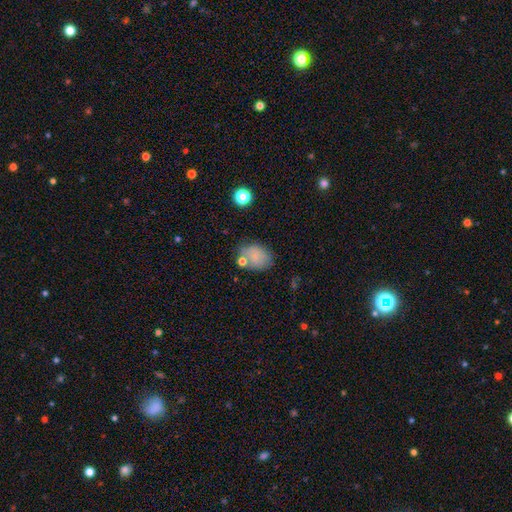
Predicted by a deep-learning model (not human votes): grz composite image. It shows a smooth galaxy with no disk features (78%) that is in between round and cigar-shaped (68%). Merging: none (59%).